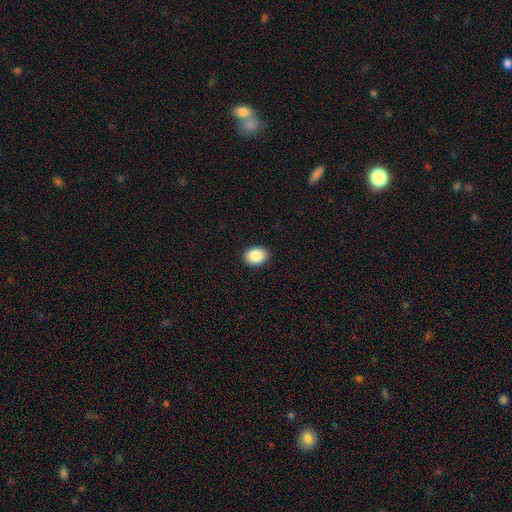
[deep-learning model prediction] This appears to be a smooth galaxy with no disk features (88%) that is in between round and cigar-shaped (65%). Merging: none (91%).